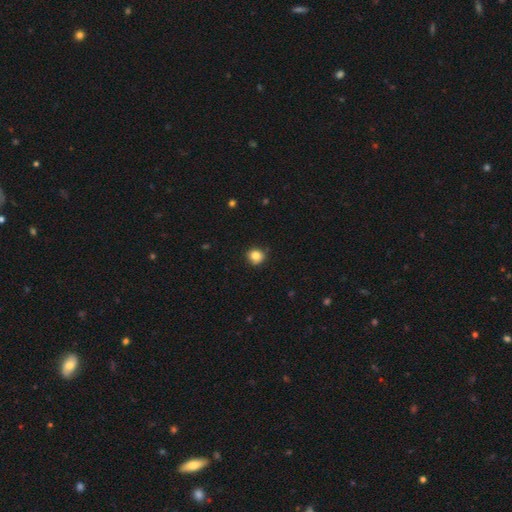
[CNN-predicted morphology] type=smooth (83%); roundness=round (90%); merging=none (87%).